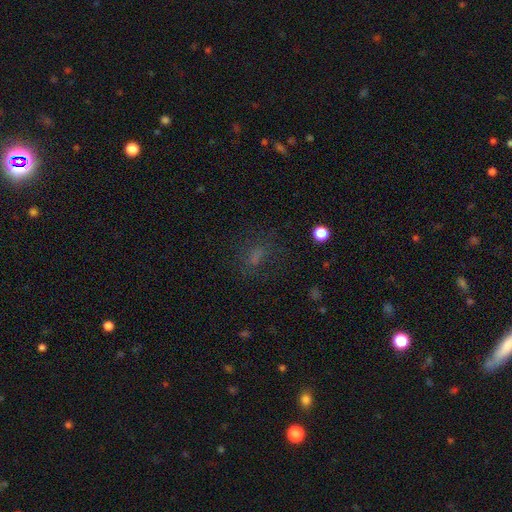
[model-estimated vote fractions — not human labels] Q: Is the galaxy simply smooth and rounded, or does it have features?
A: smooth — 57%.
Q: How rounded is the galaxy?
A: in between — 64%.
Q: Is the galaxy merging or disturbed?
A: none — 68%.